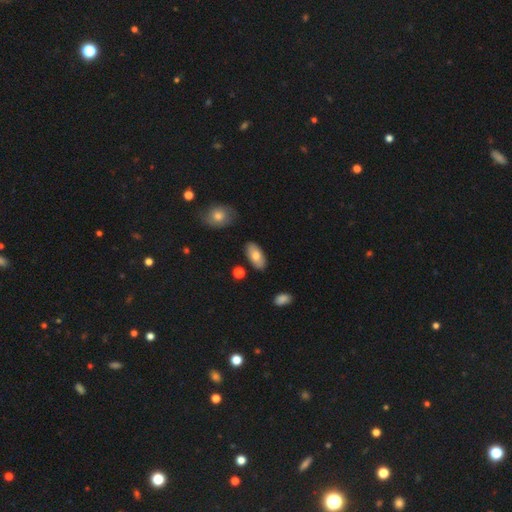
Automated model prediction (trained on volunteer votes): smooth 74%, featured or disk 20%, star or artifact 6%. Down the decision tree: how rounded — in between (92%); merging — none (84%).